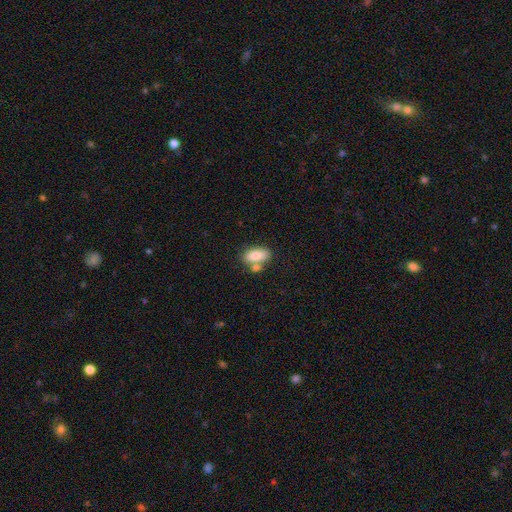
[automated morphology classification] Smooth or featured? smooth (82%)
How rounded? in between (90%)
Merging? none (52%)